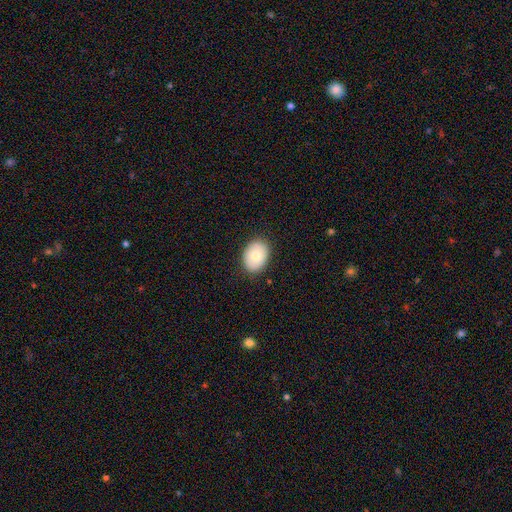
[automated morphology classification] Q: Smooth or featured?
A: smooth (74%); runner-up: featured or disk (19%)
Q: How rounded?
A: in between (70%); runner-up: round (30%)
Q: Merging?
A: none (86%); runner-up: minor disturbance (10%)